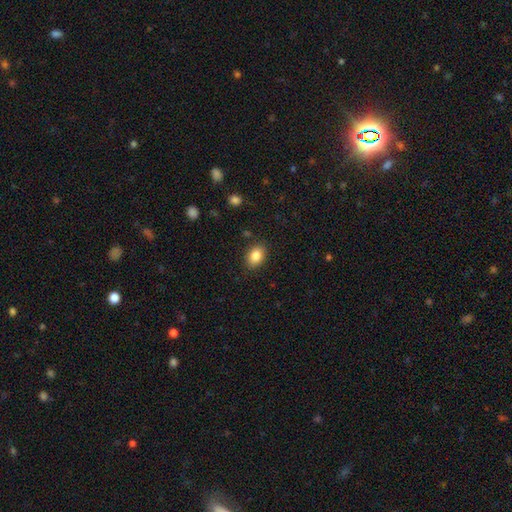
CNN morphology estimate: Q: Smooth or featured?
A: smooth (85%); runner-up: star or artifact (9%)
Q: How rounded?
A: in between (77%); runner-up: round (21%)
Q: Merging?
A: none (87%); runner-up: minor disturbance (9%)